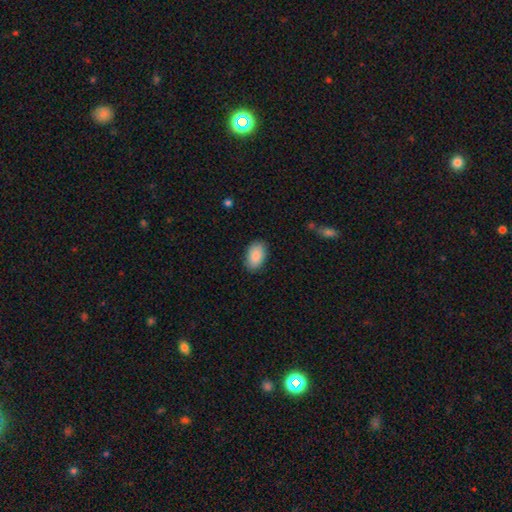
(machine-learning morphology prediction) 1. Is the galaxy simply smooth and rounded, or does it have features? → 89% smooth, 6% star or artifact, 5% featured or disk.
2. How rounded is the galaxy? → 93% in between, 6% round, 1% cigar-shaped.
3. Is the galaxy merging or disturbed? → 86% none, 11% minor disturbance, 2% major disturbance, 1% merger.